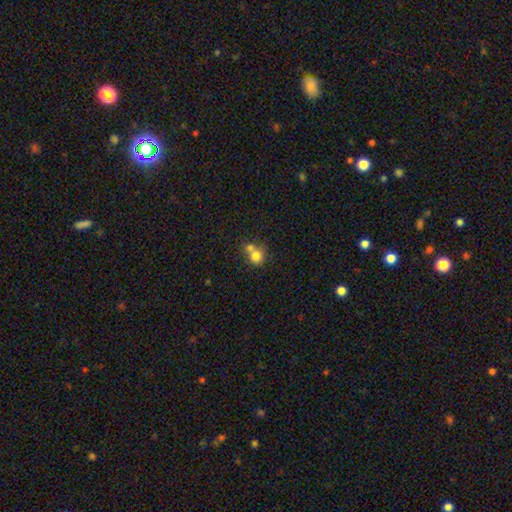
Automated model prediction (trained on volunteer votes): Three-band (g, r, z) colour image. It shows a smooth galaxy with no disk features (77%) that is round (78%). Merging: merger (53%).